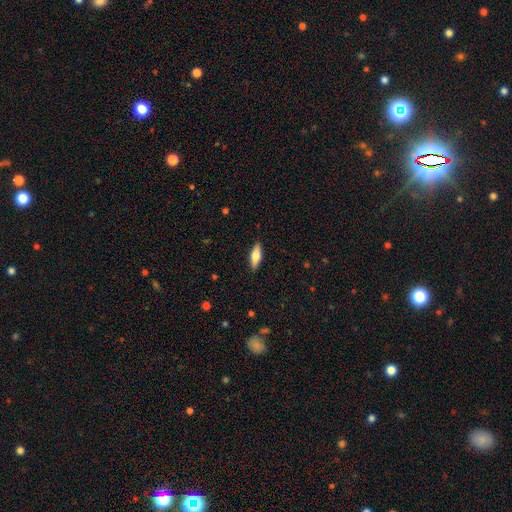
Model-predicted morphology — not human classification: A smooth galaxy with no disk features (68%) that is in between round and cigar-shaped (57%). Merging: none (89%).